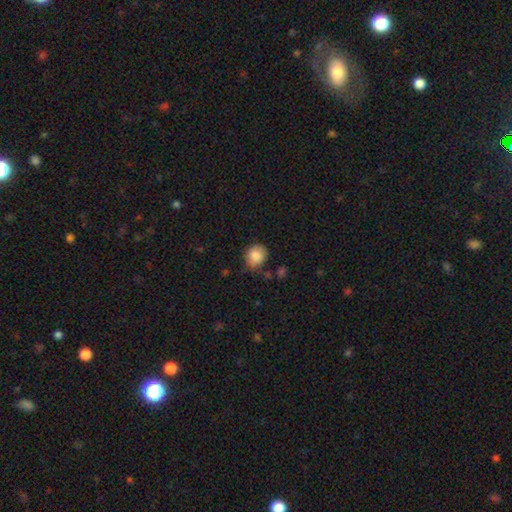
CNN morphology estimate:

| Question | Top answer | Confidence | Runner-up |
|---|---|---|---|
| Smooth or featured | smooth | 87% | star or artifact (8%) |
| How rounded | round | 73% | in between (26%) |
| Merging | none | 74% | minor disturbance (19%) |